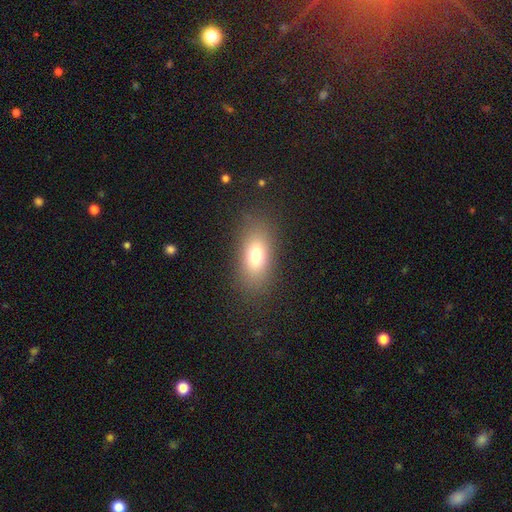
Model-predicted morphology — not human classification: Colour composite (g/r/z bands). It shows a smooth galaxy with no disk features (74%) that is in between round and cigar-shaped (83%). Merging: none (84%).